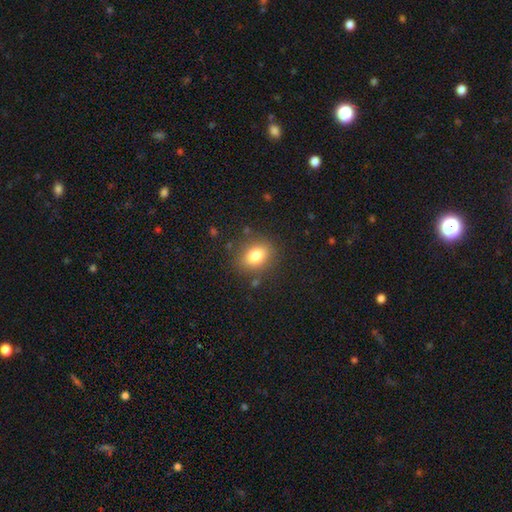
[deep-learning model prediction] This is clearly a smooth galaxy (81%). How rounded: possibly in between (56%). Merging: clearly none (83%).